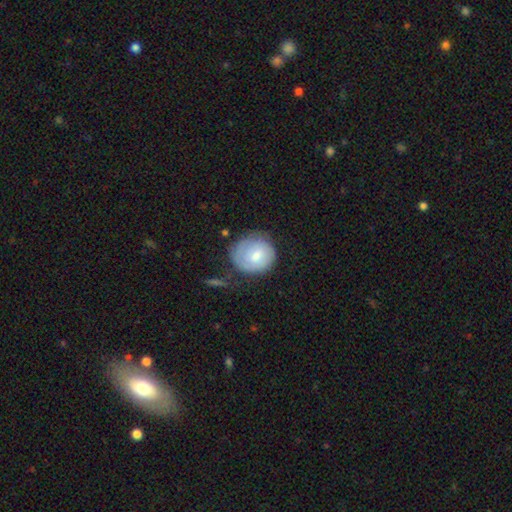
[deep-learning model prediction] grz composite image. It shows a smooth galaxy with no disk features (61%) that is round (81%). Merging: none (62%).